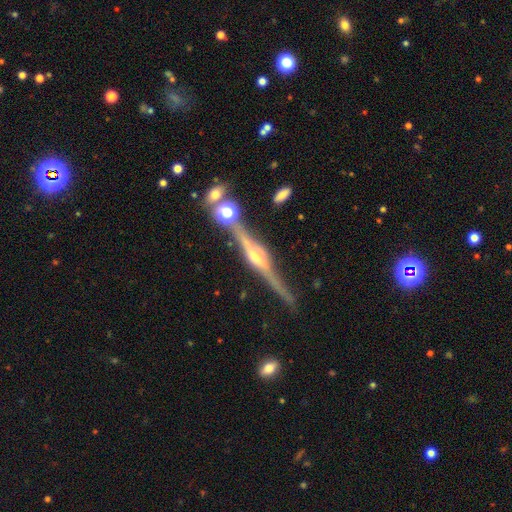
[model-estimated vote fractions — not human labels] Smooth or featured? Predicted: featured or disk (p=0.88). Edge-on disk? Predicted: yes (p=0.98). Edge-on bulge? Predicted: rounded (p=0.88). Merging? Predicted: none (p=0.83).